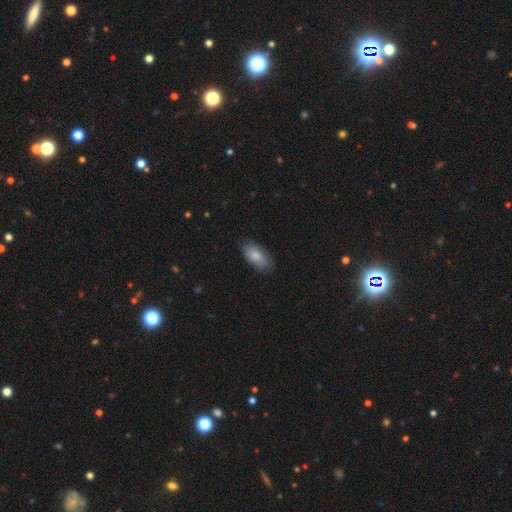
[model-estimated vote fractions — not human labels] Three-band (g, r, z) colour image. It shows a smooth galaxy with no disk features (82%) that is in between round and cigar-shaped (91%). Merging: none (80%).